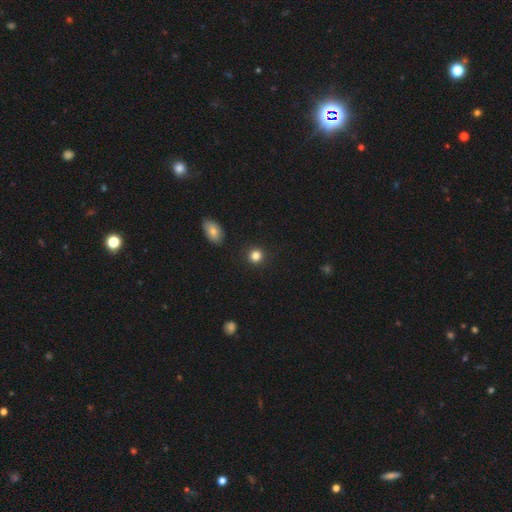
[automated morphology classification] Smooth or featured? Predicted: smooth (p=0.85). How rounded? Predicted: round (p=0.87). Merging? Predicted: none (p=0.90).